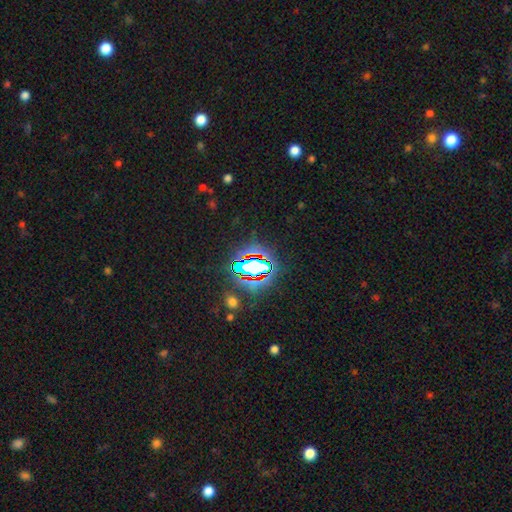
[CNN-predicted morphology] star or artifact 84%, smooth 9%, featured or disk 7%.